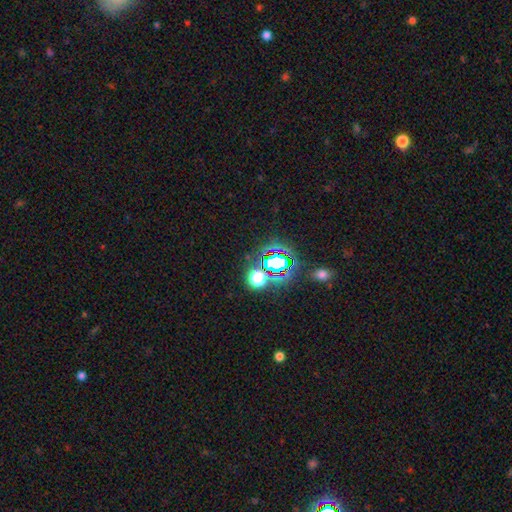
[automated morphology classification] star or artifact 76%, smooth 15%, featured or disk 9%.